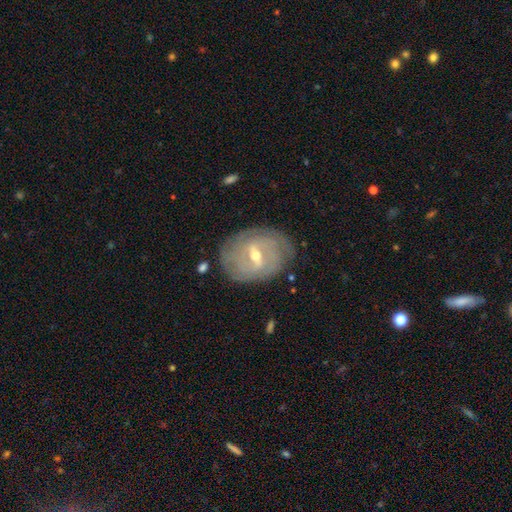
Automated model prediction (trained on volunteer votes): The model was most divided on "bulge size": moderate: 57%, small: 40%, large: 2%, none: 1%, dominant: 1%. Remaining: edge-on disk — no (95%); spiral arms — yes (86%); smooth or featured — featured or disk (81%); merging — none (76%); spiral winding — tight (67%); bar — weak (56%); spiral arm count — can't tell (45%).